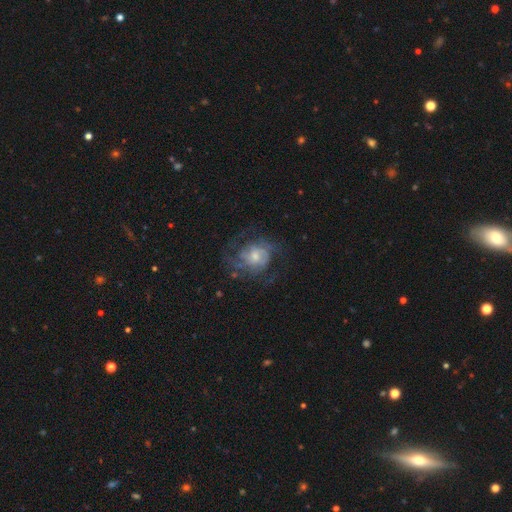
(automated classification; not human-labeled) Smooth or featured? featured or disk (77%)
Edge-on disk? no (97%)
Bar? no (63%)
Spiral arms? yes (88%)
Spiral winding? tight (44%)
Spiral arm count? can't tell (34%)
Bulge size? moderate (46%)
Merging? none (64%)